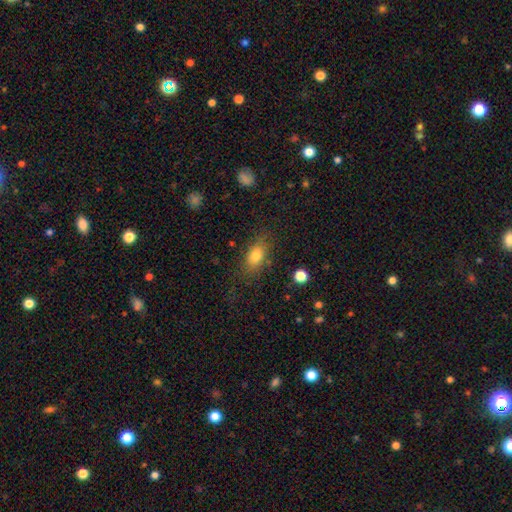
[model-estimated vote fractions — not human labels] Q: Smooth or featured?
A: smooth (79%); runner-up: featured or disk (12%)
Q: How rounded?
A: in between (82%); runner-up: round (12%)
Q: Merging?
A: none (77%); runner-up: minor disturbance (15%)